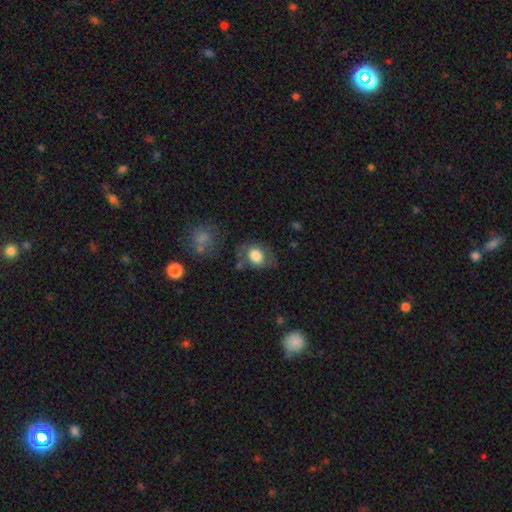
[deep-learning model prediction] A smooth galaxy with no disk features (75%) that is in between round and cigar-shaped (60%). Merging: none (62%).